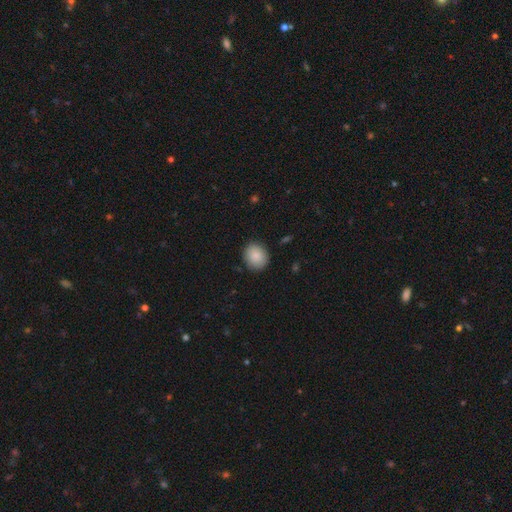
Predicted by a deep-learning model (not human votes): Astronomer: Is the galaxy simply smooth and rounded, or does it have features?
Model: smooth — 88%.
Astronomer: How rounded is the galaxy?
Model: round — 69%.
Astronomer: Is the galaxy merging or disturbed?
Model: none — 88%.